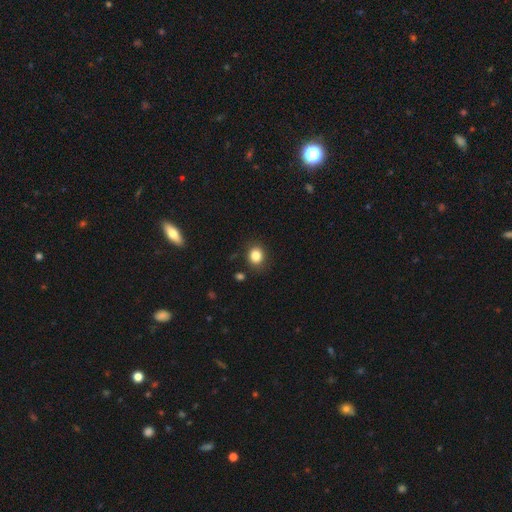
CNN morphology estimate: smooth 84%, star or artifact 11%, featured or disk 5%. Down the decision tree: how rounded — round (68%); merging — none (84%).